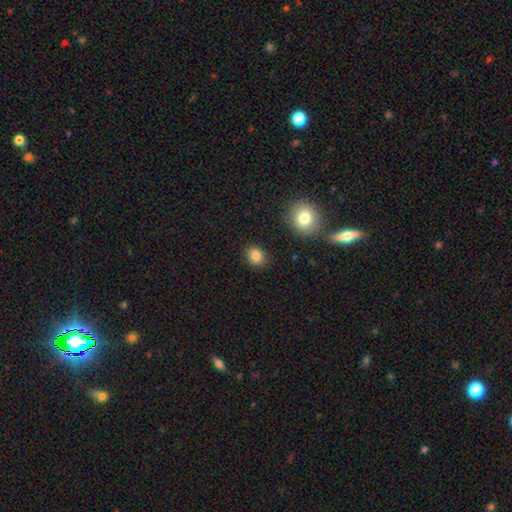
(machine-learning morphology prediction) Smooth or featured?
  - smooth: 84% *
  - star or artifact: 11%
  - featured or disk: 6%
How rounded?
  - in between: 50% *
  - round: 49%
  - cigar-shaped: 1%
Merging?
  - none: 85% *
  - minor disturbance: 10%
  - major disturbance: 3%
  - merger: 2%